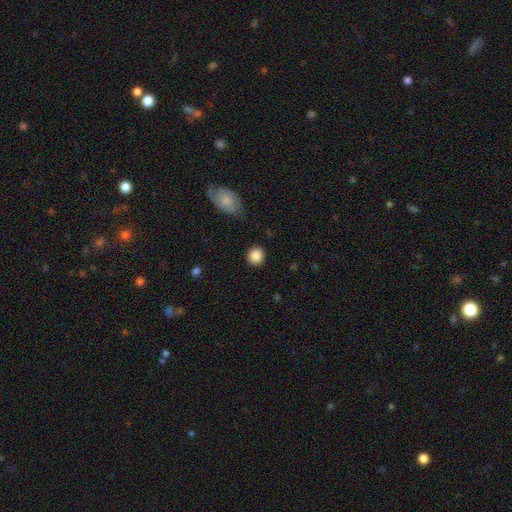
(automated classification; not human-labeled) smooth-or-featured: smooth: 87% | star or artifact: 9% | featured or disk: 5%
  how-rounded: round: 87% | in between: 12% | cigar-shaped: 1%
  merging: none: 88% | minor disturbance: 8% | major disturbance: 3% | merger: 2%